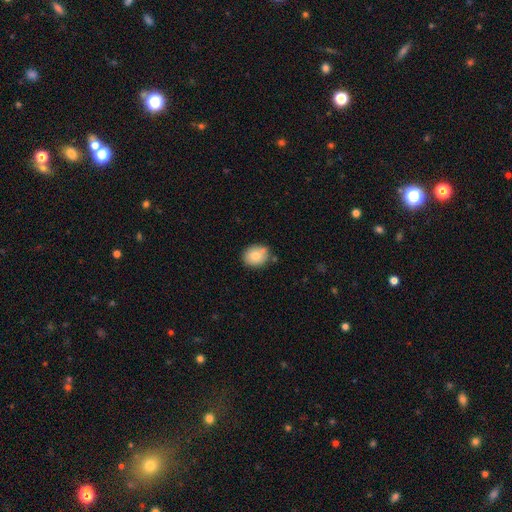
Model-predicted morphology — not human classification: type=smooth (77%); roundness=round (66%); merging=none (73%).